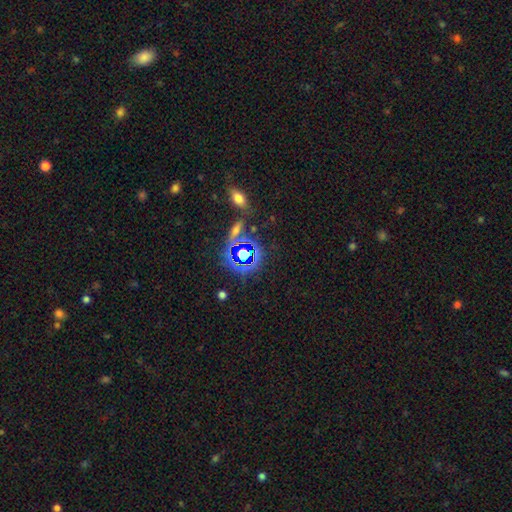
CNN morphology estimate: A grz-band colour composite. It shows a star or artifact, not a galaxy (70%).